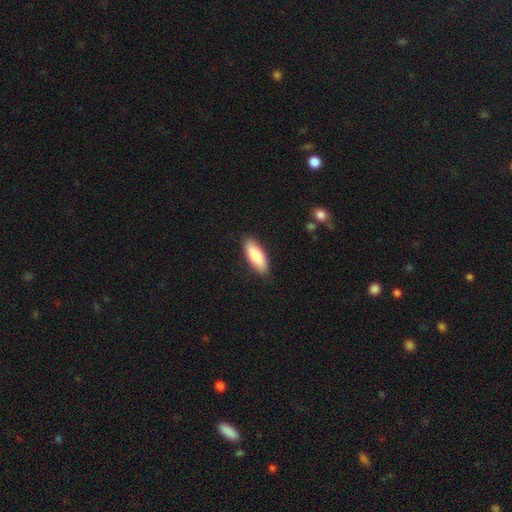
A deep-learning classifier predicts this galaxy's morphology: type=smooth (81%); roundness=in between (68%); merging=none (88%).